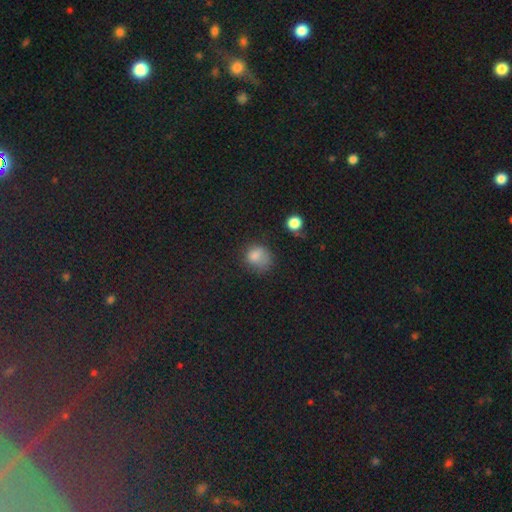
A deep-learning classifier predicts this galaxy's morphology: Smooth or featured: smooth — 76% (star or artifact — 16%)
How rounded: round — 66% (in between — 32%)
Merging: none — 52% (minor disturbance — 28%)